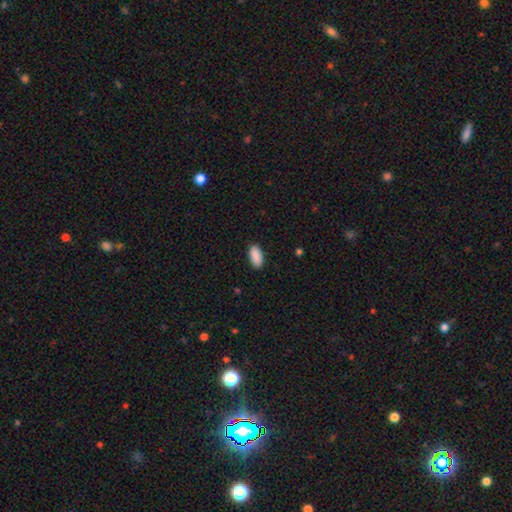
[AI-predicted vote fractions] This appears to be a smooth galaxy with no disk features (91%) that is in between round and cigar-shaped (90%). Merging: none (88%).